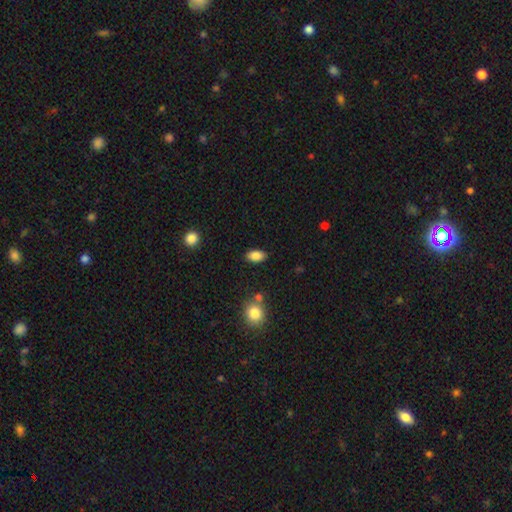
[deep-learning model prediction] A smooth galaxy with no disk features (86%) that is in between round and cigar-shaped (91%). Merging: none (86%).